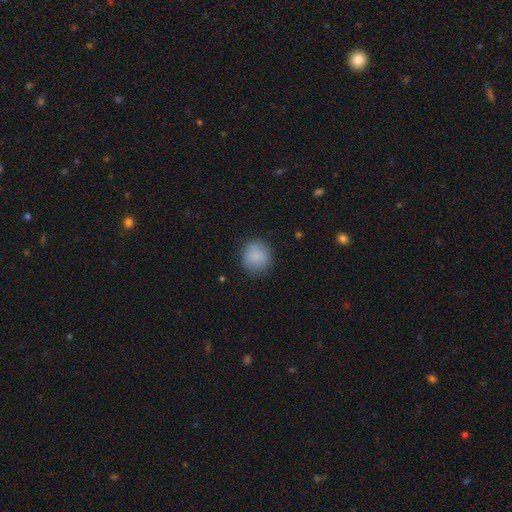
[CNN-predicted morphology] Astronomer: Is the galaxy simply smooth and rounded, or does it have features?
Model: smooth — 85%.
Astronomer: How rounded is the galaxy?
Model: round — 85%.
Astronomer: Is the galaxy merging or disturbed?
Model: none — 78%.